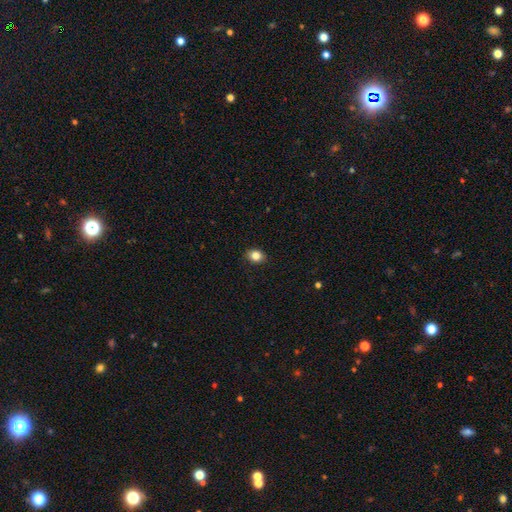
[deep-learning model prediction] Smooth or featured: smooth — 84% (star or artifact — 11%)
How rounded: in between — 50% (round — 49%)
Merging: none — 88% (minor disturbance — 9%)